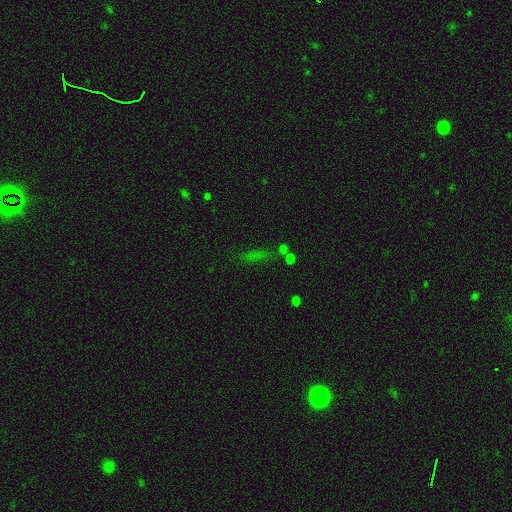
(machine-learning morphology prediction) type=smooth (42%, tied with star or artifact); merging=none (67%).